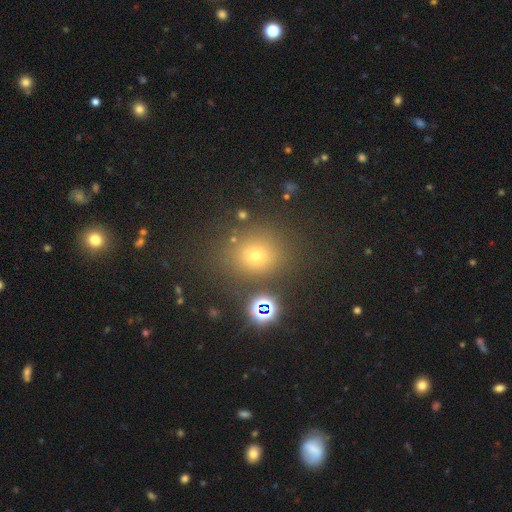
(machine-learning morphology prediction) Overall: smooth (69%). How rounded: round (72%). Merging: none (77%).